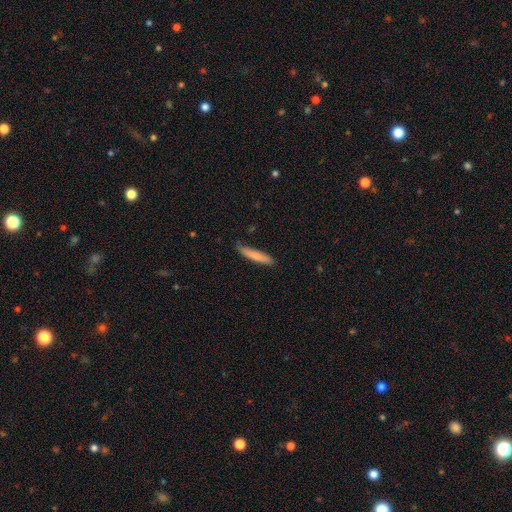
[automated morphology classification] This is likely a smooth galaxy (75%). How rounded: clearly cigar-shaped (91%). Merging: clearly none (81%).